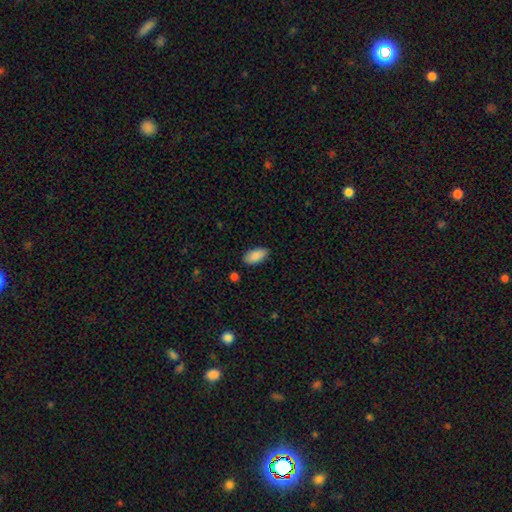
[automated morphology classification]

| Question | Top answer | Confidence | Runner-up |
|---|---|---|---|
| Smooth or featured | smooth | 88% | star or artifact (7%) |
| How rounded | in between | 93% | cigar-shaped (5%) |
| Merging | none | 84% | minor disturbance (12%) |